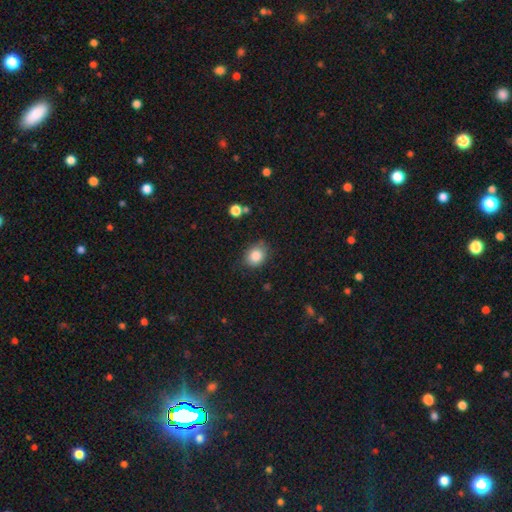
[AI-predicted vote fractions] Smooth or featured?
  - smooth: 84% *
  - star or artifact: 9%
  - featured or disk: 6%
How rounded?
  - round: 58% *
  - in between: 41%
  - cigar-shaped: 1%
Merging?
  - none: 75% *
  - minor disturbance: 19%
  - major disturbance: 4%
  - merger: 2%